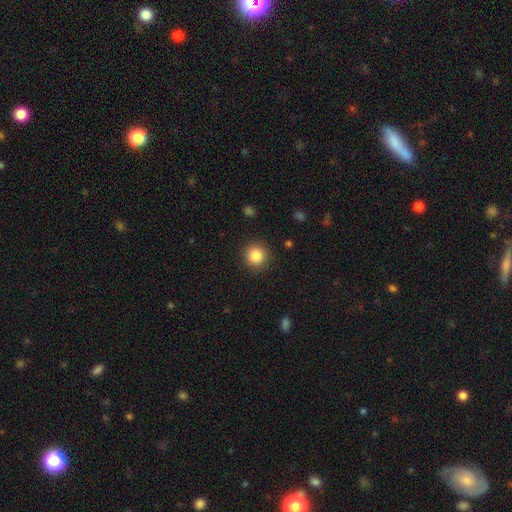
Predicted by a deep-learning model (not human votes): The model was most divided on "smooth or featured": smooth: 86%, star or artifact: 10%, featured or disk: 5%. More confident: how rounded — round (93%); merging — none (90%).